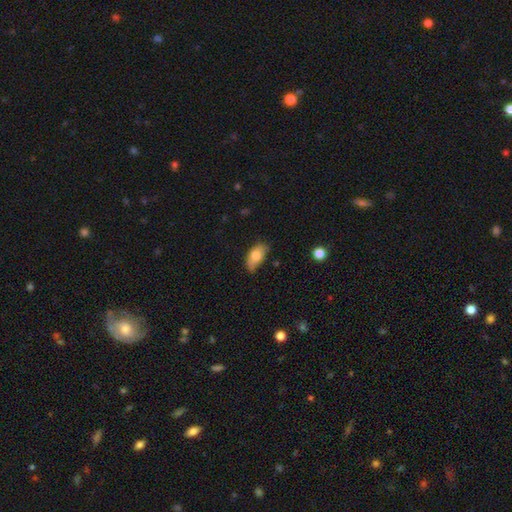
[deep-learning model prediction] smooth 75%, featured or disk 18%, star or artifact 7%. Down the decision tree: how rounded — in between (90%); merging — none (53%).